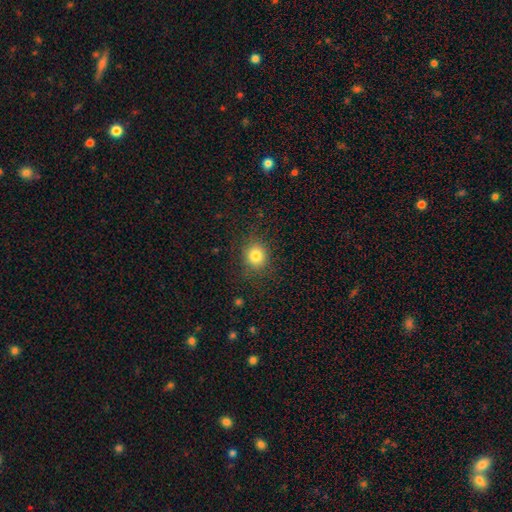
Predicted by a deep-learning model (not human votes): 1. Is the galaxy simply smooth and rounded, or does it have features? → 81% smooth, 13% star or artifact, 7% featured or disk.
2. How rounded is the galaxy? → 82% round, 17% in between, 1% cigar-shaped.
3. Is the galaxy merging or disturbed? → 85% none, 10% minor disturbance, 4% major disturbance, 1% merger.